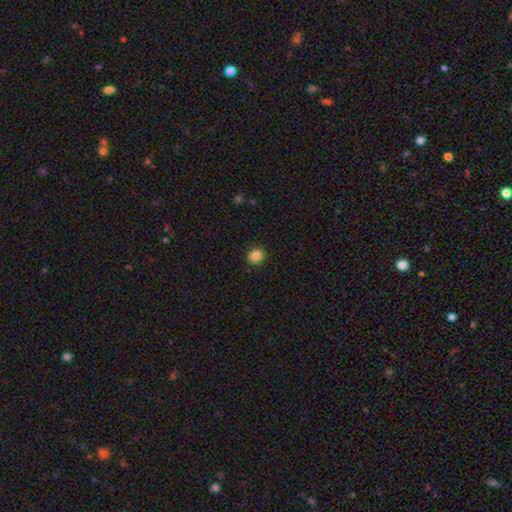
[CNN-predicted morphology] Smooth or featured: smooth — 85% (star or artifact — 11%)
How rounded: round — 67% (in between — 33%)
Merging: none — 90% (minor disturbance — 7%)